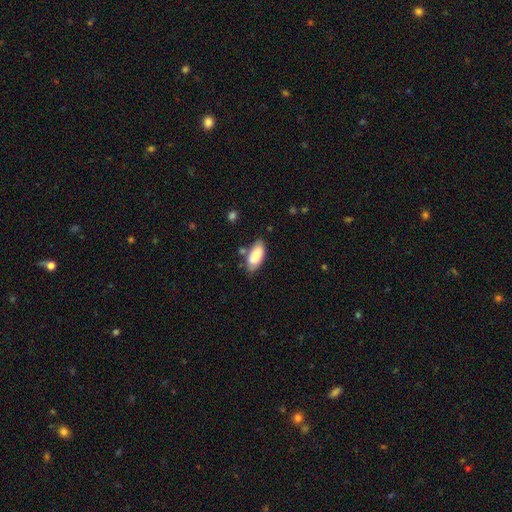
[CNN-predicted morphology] smooth_or_featured: smooth (p=0.82) [alt: featured or disk p=0.12]
how_rounded: in between (p=0.90) [alt: cigar-shaped p=0.08]
merging: none (p=0.66) [alt: minor disturbance p=0.22]